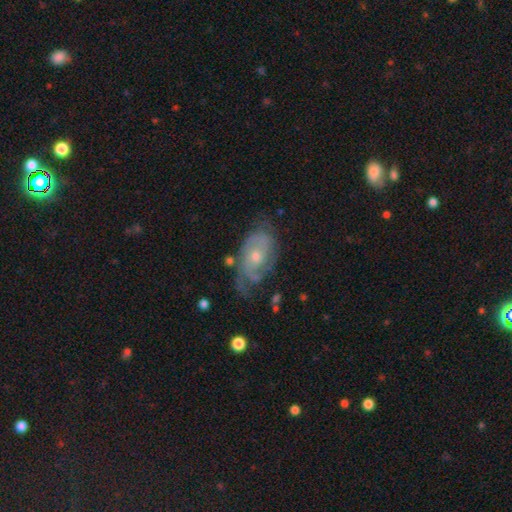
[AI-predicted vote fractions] This is likely a featured or disk galaxy (80%). It is clearly not viewed edge-on (95%). Bar: likely no (73%). Spiral arm pattern: clearly yes (91%). Spiral arm count: marginally 2 (41%). Spiral winding: possibly tight (52%). Central bulge: possibly small (54%). Merging: possibly none (57%).